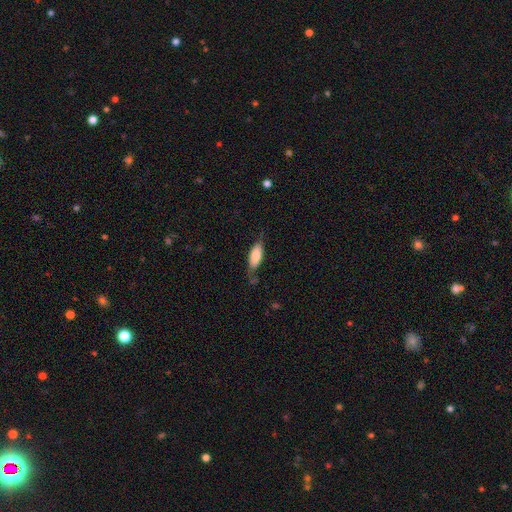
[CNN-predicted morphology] This is likely a smooth galaxy (74%). How rounded: likely in between (73%). Merging: likely none (60%).